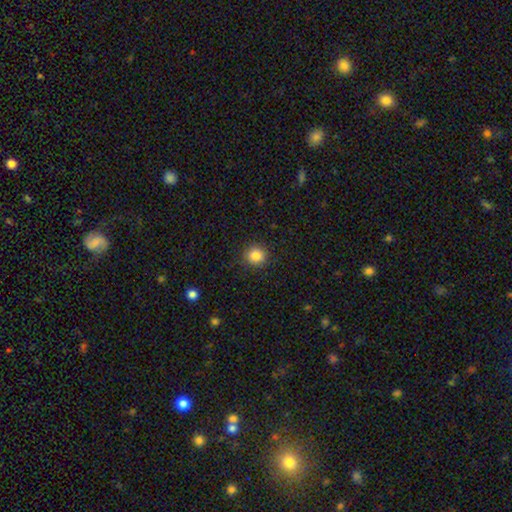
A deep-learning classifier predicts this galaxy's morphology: Smooth or featured?
  - smooth: 85% *
  - star or artifact: 10%
  - featured or disk: 5%
How rounded?
  - round: 89% *
  - in between: 10%
  - cigar-shaped: 1%
Merging?
  - none: 89% *
  - minor disturbance: 7%
  - major disturbance: 2%
  - merger: 1%